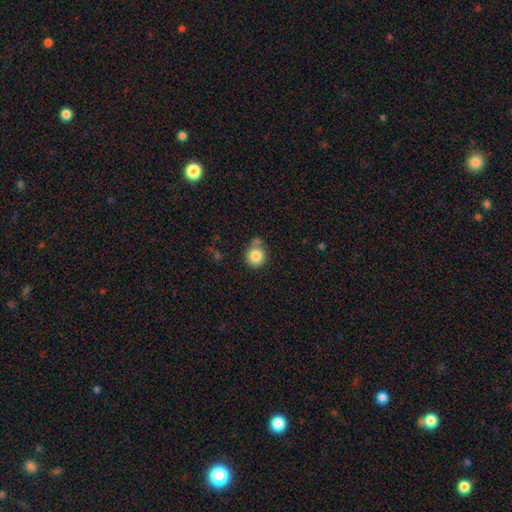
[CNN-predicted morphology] Smooth or featured?
  - smooth: 83% *
  - star or artifact: 9%
  - featured or disk: 8%
How rounded?
  - round: 88% *
  - in between: 11%
  - cigar-shaped: 1%
Merging?
  - none: 59% *
  - minor disturbance: 20%
  - merger: 14%
  - major disturbance: 7%